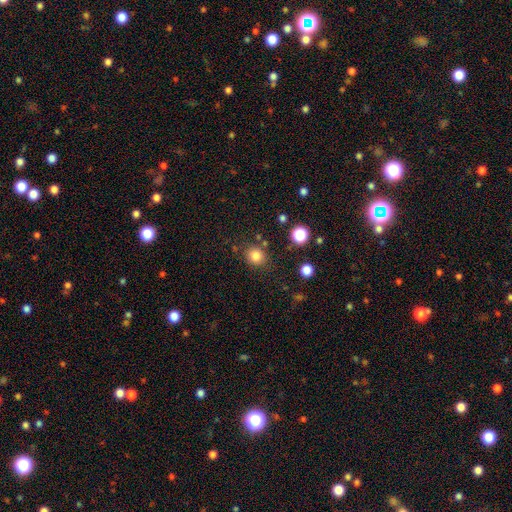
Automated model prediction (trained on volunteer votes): Overall: smooth (82%). How rounded: round (85%). Merging: none (81%).